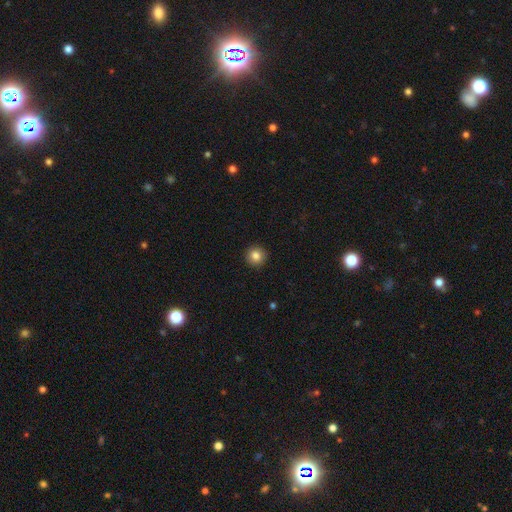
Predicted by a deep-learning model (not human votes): Smooth or featured? Predicted: smooth (p=0.85). How rounded? Predicted: round (p=0.95). Merging? Predicted: none (p=0.93).